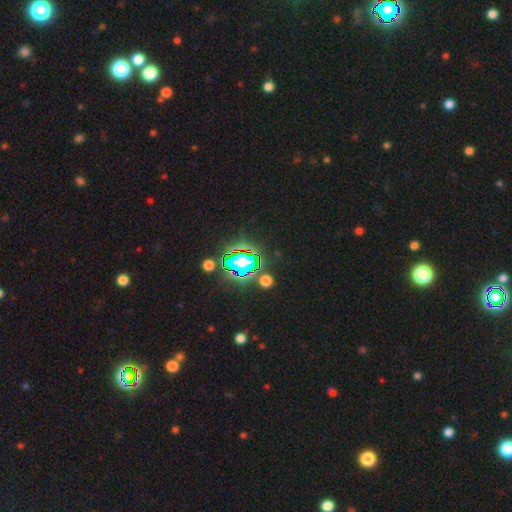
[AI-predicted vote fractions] This appears to be a star or artifact, not a galaxy (84%).